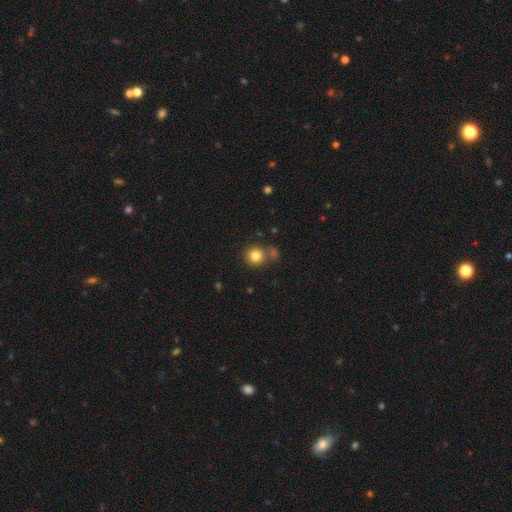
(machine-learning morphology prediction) A smooth galaxy with no disk features (82%) that is round (90%). Merging: none (68%).